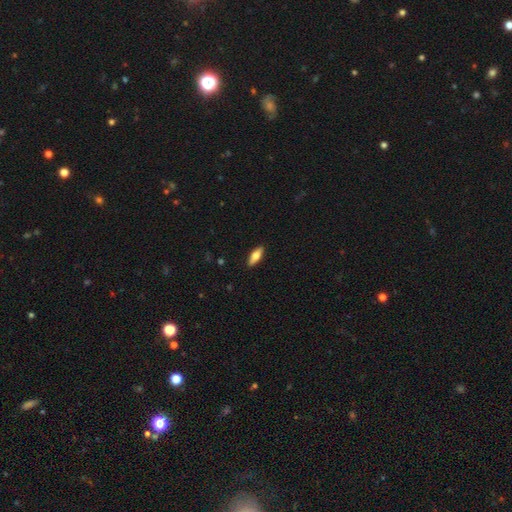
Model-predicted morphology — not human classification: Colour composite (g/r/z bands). It shows a smooth galaxy with no disk features (63%) that is in between round and cigar-shaped (64%). Merging: none (90%).